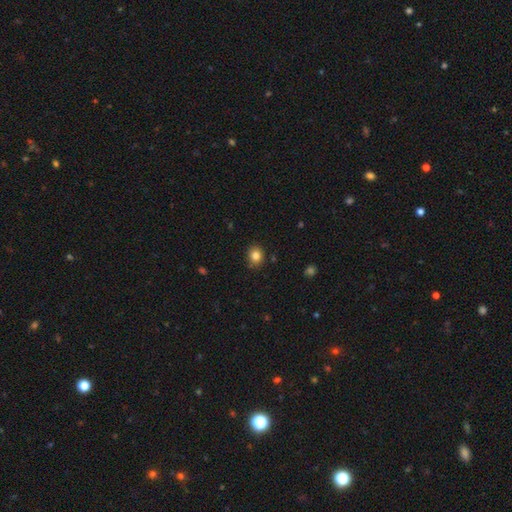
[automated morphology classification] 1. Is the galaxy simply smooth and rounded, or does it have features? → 84% smooth, 11% star or artifact, 6% featured or disk.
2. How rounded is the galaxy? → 74% round, 25% in between, 1% cigar-shaped.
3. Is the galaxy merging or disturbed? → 84% none, 12% minor disturbance, 2% major disturbance, 2% merger.